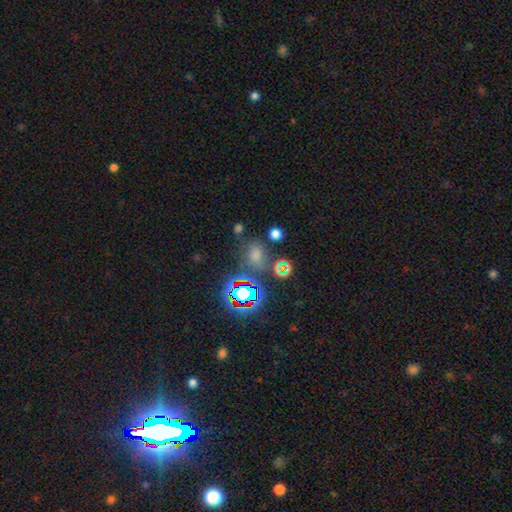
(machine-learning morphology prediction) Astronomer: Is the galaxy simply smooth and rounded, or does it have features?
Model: star or artifact — 51% (runner-up: smooth, 38%).